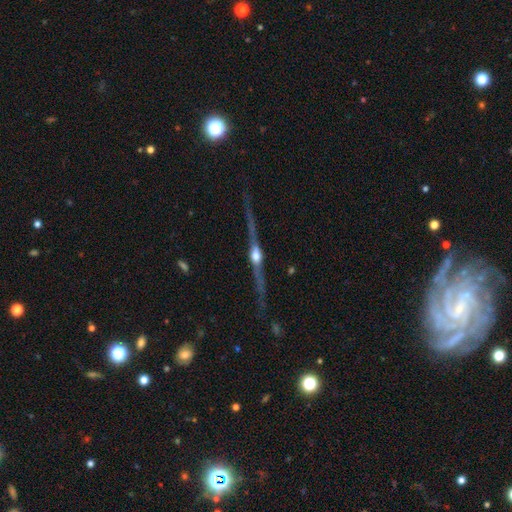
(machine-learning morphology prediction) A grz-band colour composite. It shows a featured or disk galaxy (88%) viewed edge-on (98%) with a rounded central bulge (94%). Merging: none (85%).